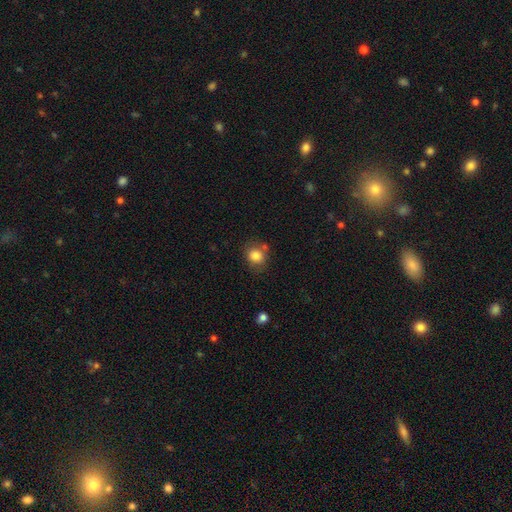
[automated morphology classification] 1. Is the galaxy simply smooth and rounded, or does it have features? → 82% smooth, 10% star or artifact, 8% featured or disk.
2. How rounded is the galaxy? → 73% round, 26% in between, 1% cigar-shaped.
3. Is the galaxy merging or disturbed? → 70% none, 16% minor disturbance, 9% merger, 5% major disturbance.